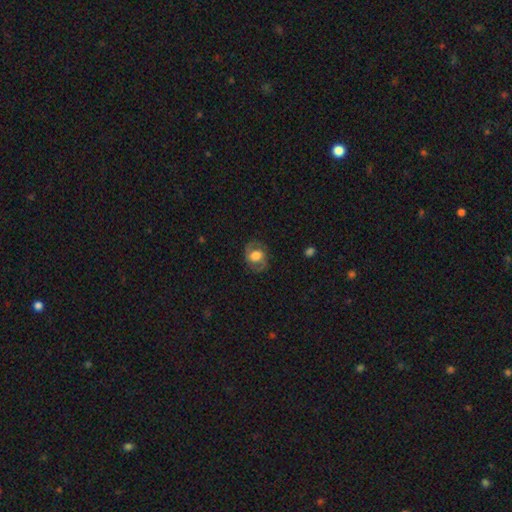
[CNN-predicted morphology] Smooth or featured?
  - featured or disk: 58% *
  - smooth: 34%
  - star or artifact: 8%
Edge-on disk?
  - no: 96% *
  - yes: 4%
Bar?
  - no: 59% *
  - weak: 32%
  - strong: 9%
Spiral arms?
  - yes: 80% *
  - no: 20%
Bulge size?
  - large: 51% *
  - moderate: 32%
  - dominant: 8%
  - small: 6%
  - none: 3%
Merging?
  - none: 78% *
  - minor disturbance: 14%
  - major disturbance: 7%
  - merger: 1%